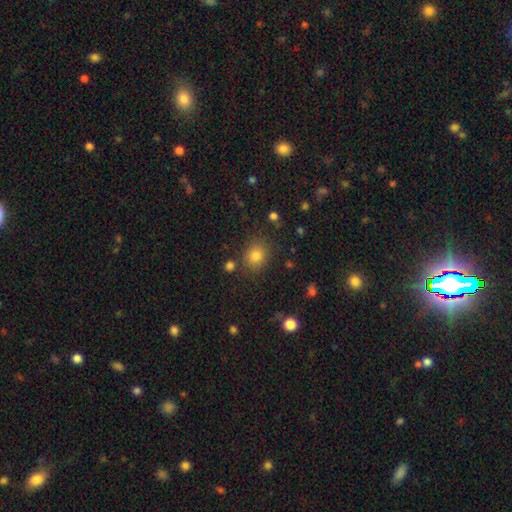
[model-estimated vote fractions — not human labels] The model was most divided on "how rounded": round: 73%, in between: 26%, cigar-shaped: 1%. More confident: merging — none (84%); smooth or featured — smooth (80%).